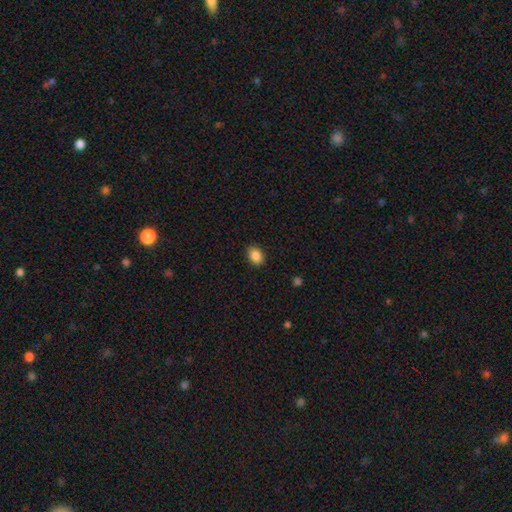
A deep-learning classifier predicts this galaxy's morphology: Overall: smooth (87%). How rounded: in between (74%). Merging: none (88%).